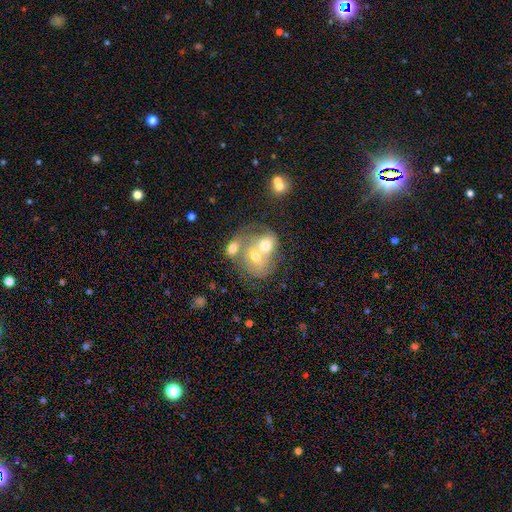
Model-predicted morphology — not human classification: Smooth or featured?
  - smooth: 46% *
  - featured or disk: 44%
  - star or artifact: 10%
Merging?
  - merger: 74% *
  - none: 14%
  - minor disturbance: 6%
  - major disturbance: 6%